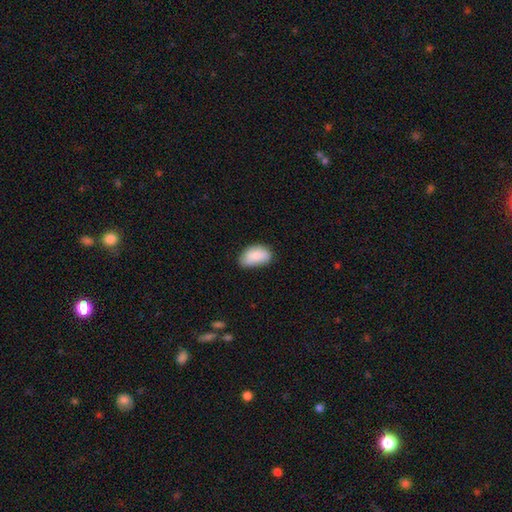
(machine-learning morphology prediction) This appears to be a smooth galaxy with no disk features (85%) that is in between round and cigar-shaped (92%). Merging: none (62%).